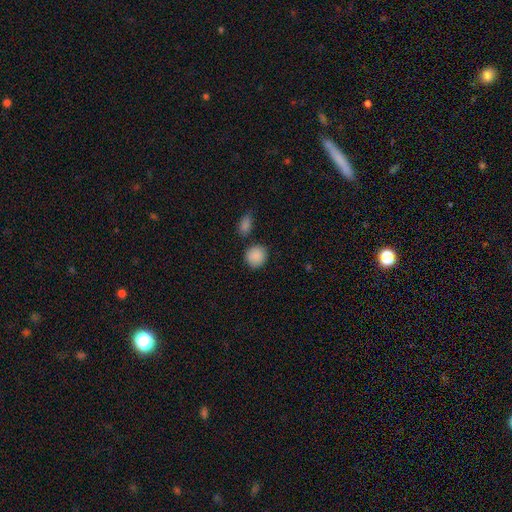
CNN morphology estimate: smooth-or-featured: smooth: 89% | star or artifact: 8% | featured or disk: 4%
  how-rounded: round: 86% | in between: 13% | cigar-shaped: 1%
  merging: none: 80% | minor disturbance: 10% | merger: 7% | major disturbance: 3%